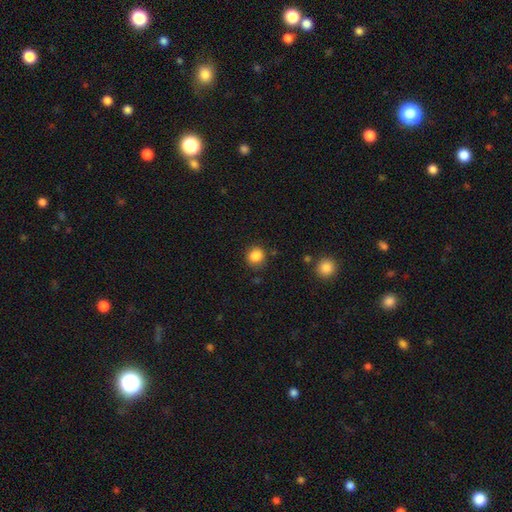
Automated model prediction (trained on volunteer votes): smooth 86%, star or artifact 10%, featured or disk 4%. Down the decision tree: how rounded — round (83%); merging — none (80%).